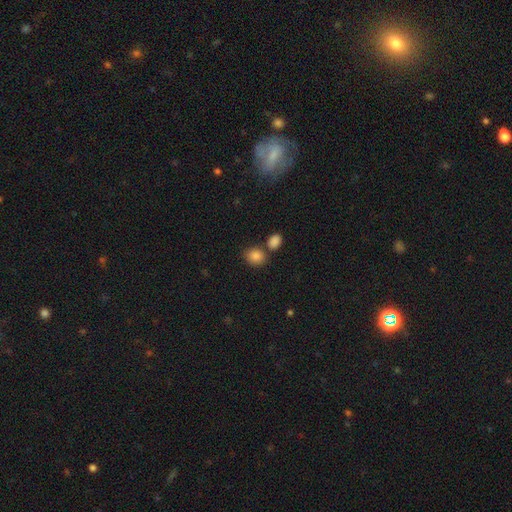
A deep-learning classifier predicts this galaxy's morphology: This appears to be a smooth galaxy with no disk features (86%) that is round (58%). Merging: none (65%).